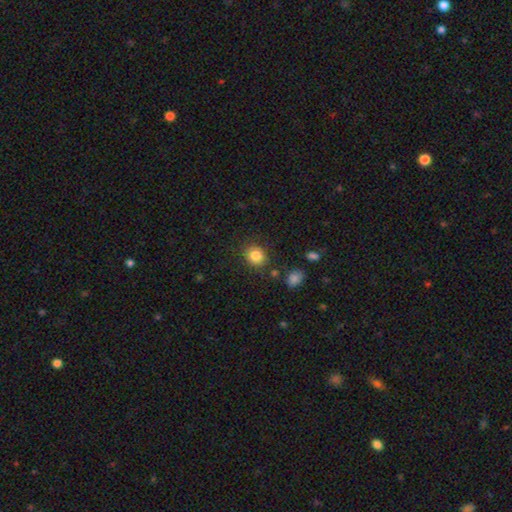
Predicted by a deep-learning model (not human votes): Overall: smooth (84%). How rounded: round (70%). Merging: none (83%).